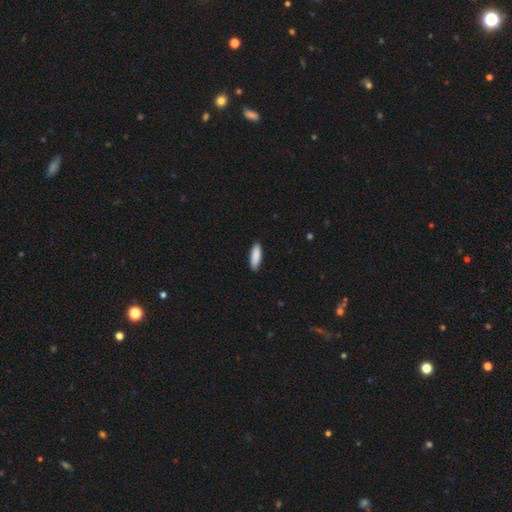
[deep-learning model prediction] This is clearly a smooth galaxy (89%). How rounded: possibly in between (50%). Merging: clearly none (89%).